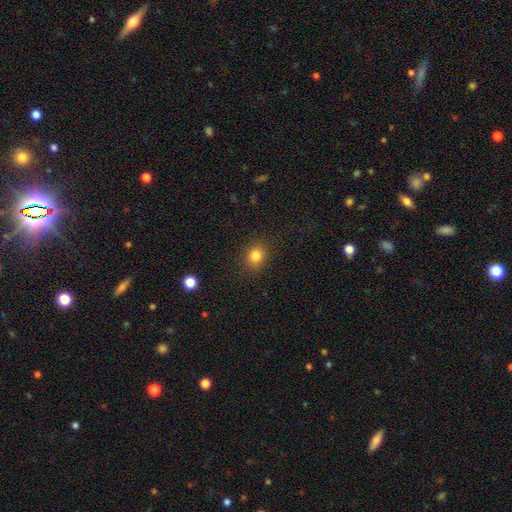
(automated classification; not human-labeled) This is clearly a smooth galaxy (82%). How rounded: likely round (62%). Merging: clearly none (87%).